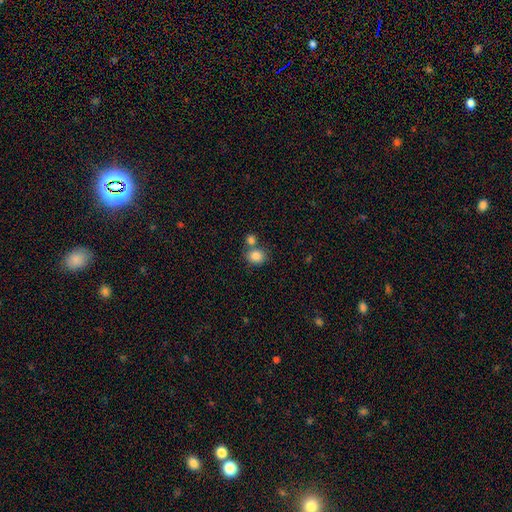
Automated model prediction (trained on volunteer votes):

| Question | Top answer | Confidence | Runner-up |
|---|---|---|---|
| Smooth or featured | smooth | 85% | star or artifact (10%) |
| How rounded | round | 71% | in between (28%) |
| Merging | none | 55% | merger (32%) |